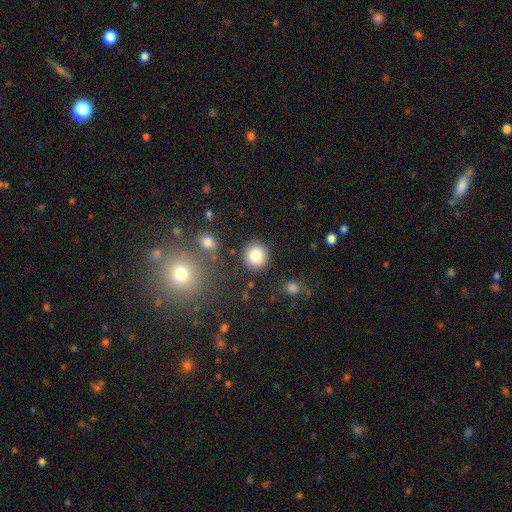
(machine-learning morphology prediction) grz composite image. It shows a smooth galaxy with no disk features (85%) that is round (89%). Merging: none (87%).